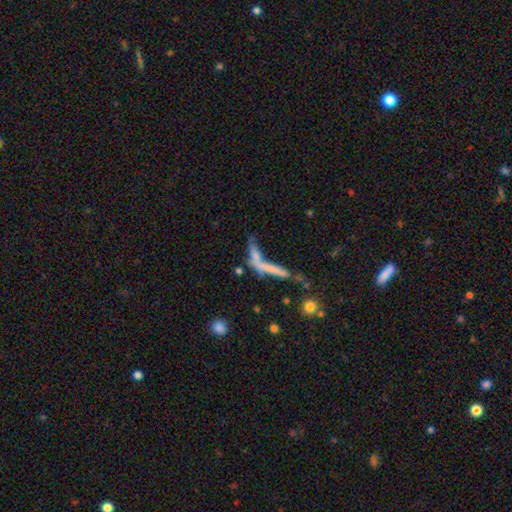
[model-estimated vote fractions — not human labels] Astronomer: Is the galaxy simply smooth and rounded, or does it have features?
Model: smooth — 58%.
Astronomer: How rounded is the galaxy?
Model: cigar-shaped — 79%.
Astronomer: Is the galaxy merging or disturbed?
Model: merger — 47% (runner-up: none, 32%).